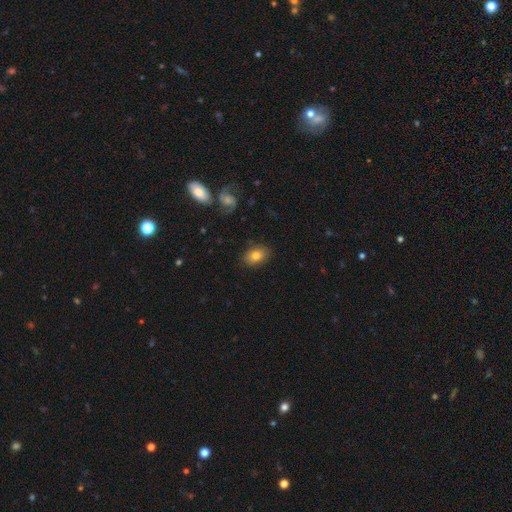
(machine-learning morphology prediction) This is likely a smooth galaxy (76%). How rounded: likely in between (79%). Merging: clearly none (85%).